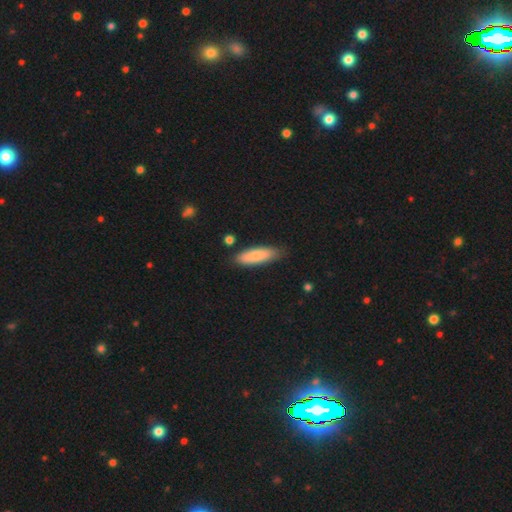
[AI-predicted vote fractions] Smooth or featured: smooth — 83% (featured or disk — 11%)
How rounded: cigar-shaped — 52% (in between — 46%)
Merging: none — 82% (minor disturbance — 13%)